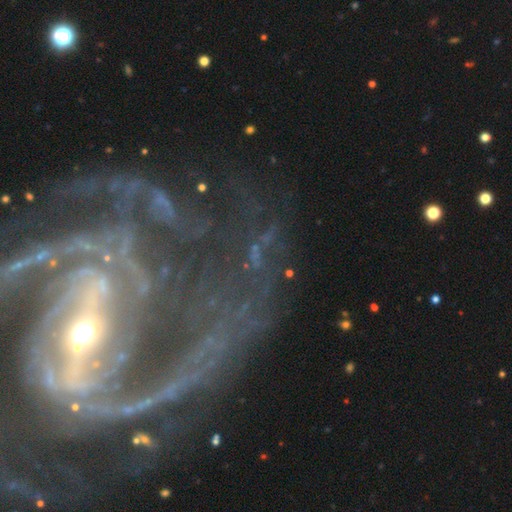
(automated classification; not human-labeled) Smooth or featured?
  - featured or disk: 90% *
  - star or artifact: 7%
  - smooth: 4%
Edge-on disk?
  - no: 97% *
  - yes: 3%
Bar?
  - strong: 59% *
  - weak: 26%
  - no: 14%
Spiral arms?
  - yes: 96% *
  - no: 4%
Spiral winding?
  - medium: 44% *
  - tight: 37%
  - loose: 20%
Spiral arm count?
  - 2: 44% *
  - can't tell: 16%
  - 3: 13%
  - 4: 10%
  - more than 4: 9%
  - 1: 9%
Bulge size?
  - small: 67% *
  - moderate: 27%
  - large: 3%
  - none: 2%
  - dominant: 1%
Merging?
  - none: 54% *
  - major disturbance: 26%
  - minor disturbance: 16%
  - merger: 4%